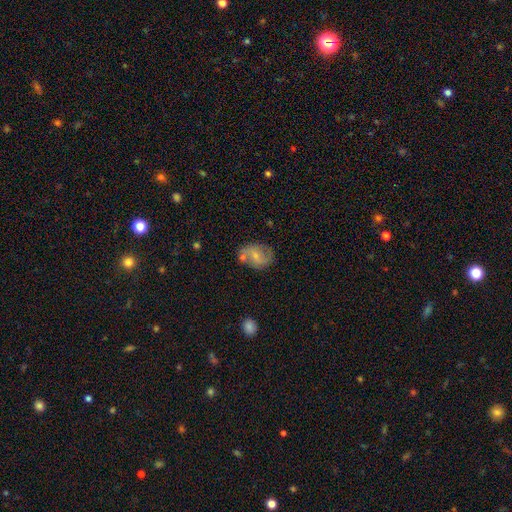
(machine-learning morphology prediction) This appears to be a featured or disk galaxy (52%). Merging: none (62%).